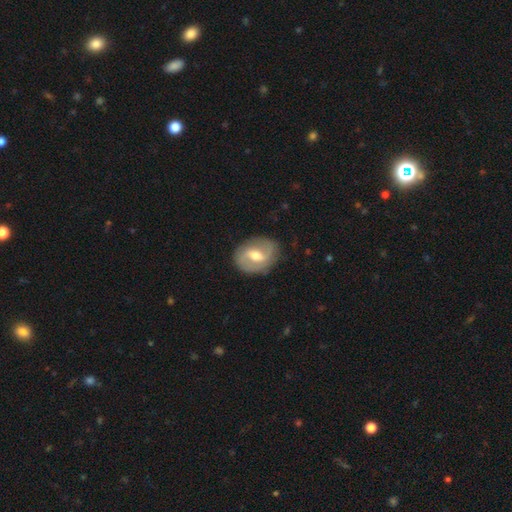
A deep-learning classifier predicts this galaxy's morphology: featured or disk 72%, smooth 22%, star or artifact 5%. Down the decision tree: edge-on disk — no (96%); bar — weak (53%); spiral arms — yes (84%); spiral arm count — 2 (85%); spiral winding — medium (42%); bulge size — moderate (70%); merging — none (82%).